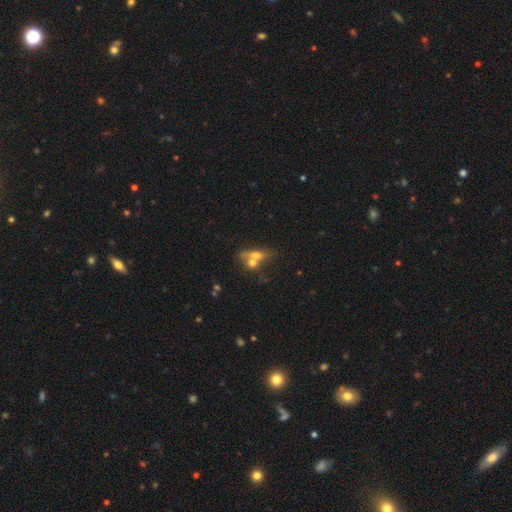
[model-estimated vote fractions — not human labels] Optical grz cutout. It shows a smooth galaxy with no disk features (53%) that is in between round and cigar-shaped (47%). Merging: merger (51%).